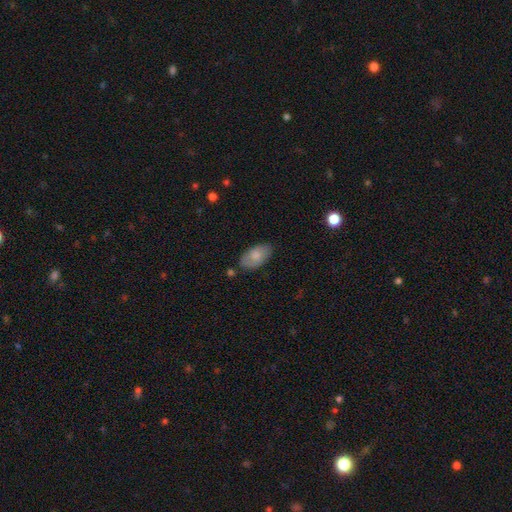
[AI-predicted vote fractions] A smooth galaxy with no disk features (80%) that is in between round and cigar-shaped (94%).

Vote fractions:
- Smooth or featured? smooth: 80% / featured or disk: 14% / star or artifact: 6%
- How rounded? in between: 94% / round: 3% / cigar-shaped: 2%
- Merging? none: 78% / minor disturbance: 15% / major disturbance: 3% / merger: 3%